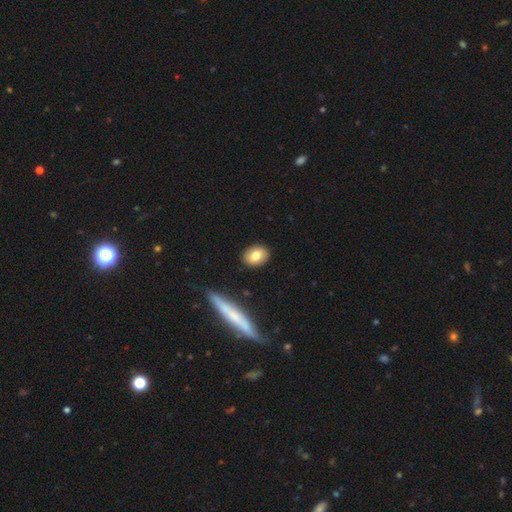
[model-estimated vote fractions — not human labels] Smooth or featured?
  - smooth: 79% *
  - featured or disk: 13%
  - star or artifact: 8%
How rounded?
  - in between: 69% *
  - round: 28%
  - cigar-shaped: 3%
Merging?
  - none: 89% *
  - minor disturbance: 7%
  - major disturbance: 2%
  - merger: 2%